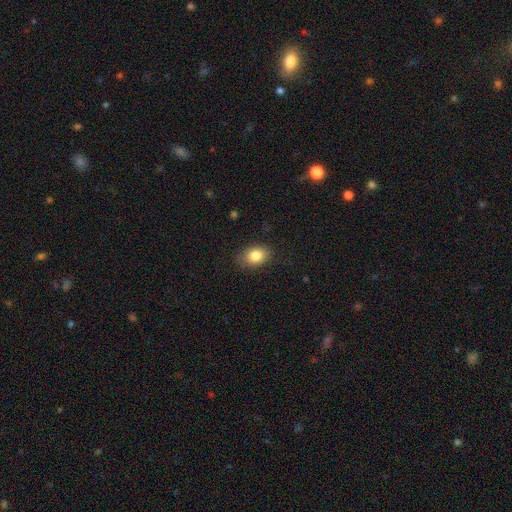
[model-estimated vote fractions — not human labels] A smooth galaxy with no disk features (83%) that is in between round and cigar-shaped (74%).

Vote fractions:
- Smooth or featured? smooth: 83% / star or artifact: 9% / featured or disk: 8%
- How rounded? in between: 74% / round: 25% / cigar-shaped: 1%
- Merging? none: 82% / minor disturbance: 13% / major disturbance: 3% / merger: 1%